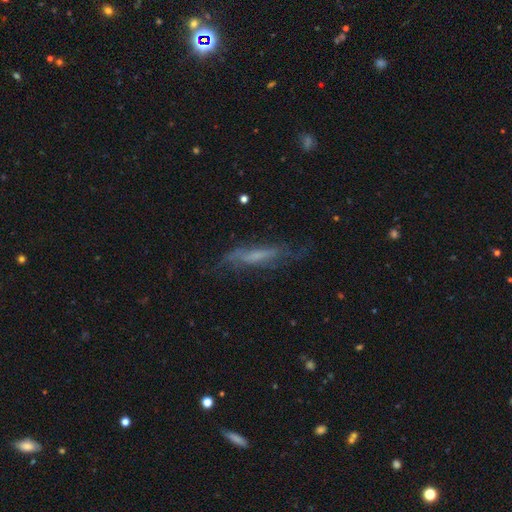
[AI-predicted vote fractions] Overall: featured or disk (55%; smooth 35%). Edge-on disk: yes (56%; no 44%). Merging: none (61%; minor disturbance 24%).